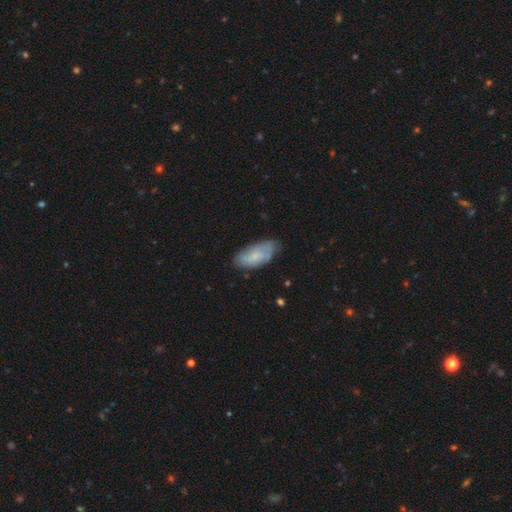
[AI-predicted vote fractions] This is possibly a smooth galaxy (57%). How rounded: clearly in between (87%). Merging: likely none (66%).